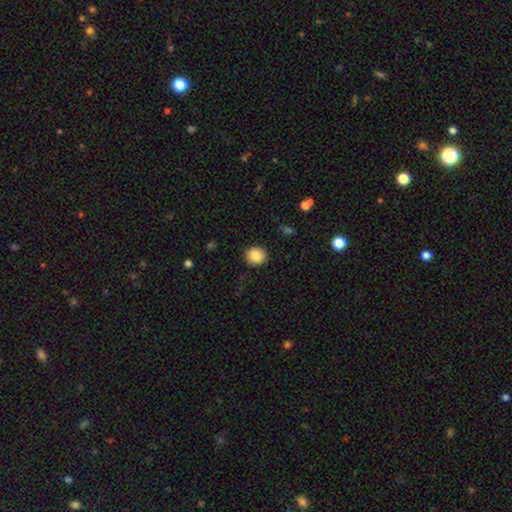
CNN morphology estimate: The model was most divided on "how rounded": round: 79%, in between: 20%, cigar-shaped: 1%. More confident: merging — none (91%); smooth or featured — smooth (87%).